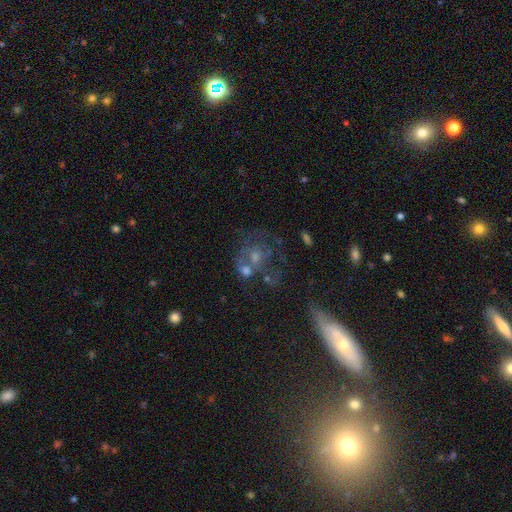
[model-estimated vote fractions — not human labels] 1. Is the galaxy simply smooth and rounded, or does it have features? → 52% featured or disk, 30% smooth, 18% star or artifact.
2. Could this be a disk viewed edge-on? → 96% no, 4% yes.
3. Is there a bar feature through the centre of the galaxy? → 84% no, 13% weak, 3% strong.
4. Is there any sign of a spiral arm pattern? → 59% no, 41% yes.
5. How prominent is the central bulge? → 44% moderate, 31% small, 16% none, 7% large, 2% dominant.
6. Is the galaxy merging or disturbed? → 37% none, 28% merger, 20% major disturbance, 15% minor disturbance.